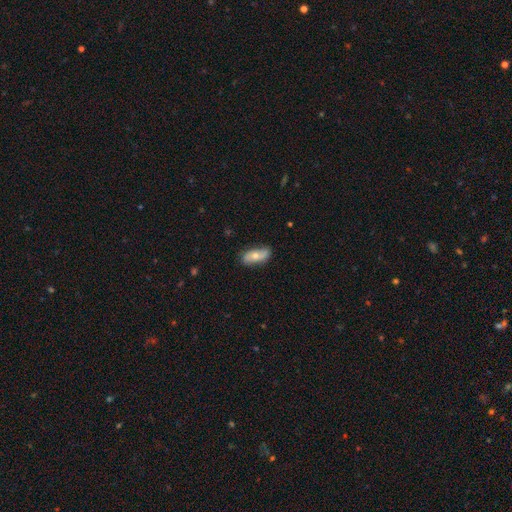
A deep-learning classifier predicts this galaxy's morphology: smooth 55%, featured or disk 38%, star or artifact 6%. Down the decision tree: how rounded — in between (80%); merging — none (78%).